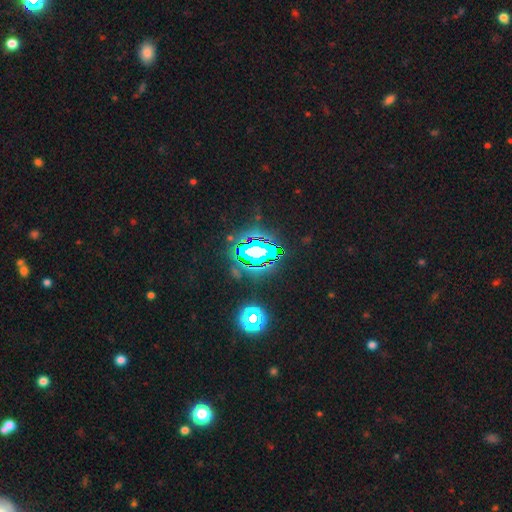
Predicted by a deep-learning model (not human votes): This is clearly a star or artifact rather than a galaxy (83%).